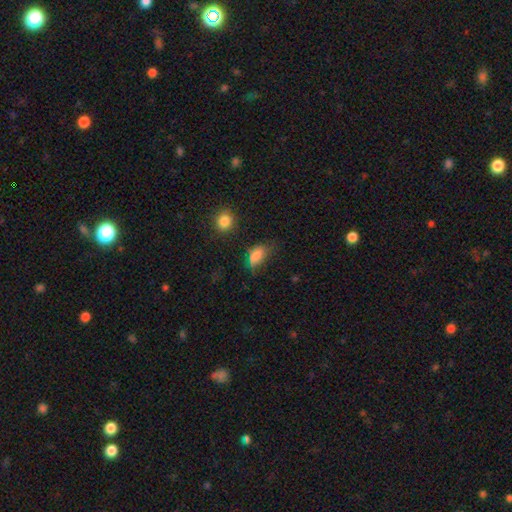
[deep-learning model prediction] A smooth galaxy with no disk features (79%) that is in between round and cigar-shaped (87%). Merging: none (42%).